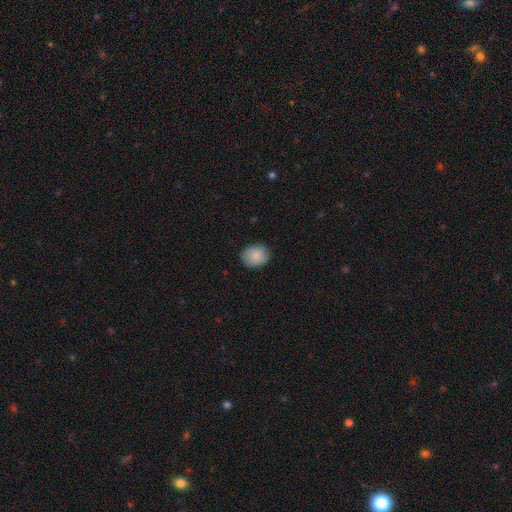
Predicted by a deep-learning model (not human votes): A smooth galaxy with no disk features (86%) that is round (61%).

Vote fractions:
- Smooth or featured? smooth: 86% / star or artifact: 7% / featured or disk: 6%
- How rounded? round: 61% / in between: 38% / cigar-shaped: 1%
- Merging? none: 86% / minor disturbance: 11% / major disturbance: 2% / merger: 1%